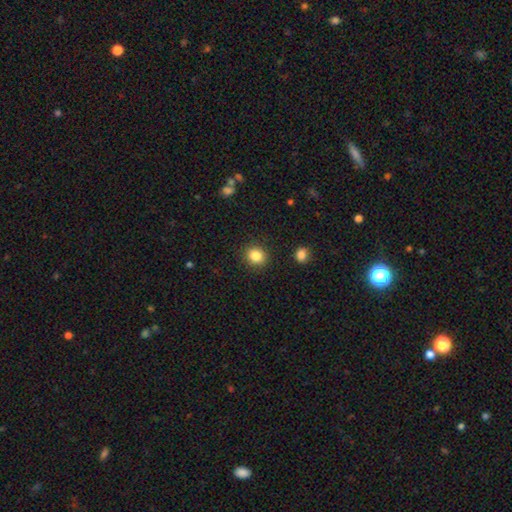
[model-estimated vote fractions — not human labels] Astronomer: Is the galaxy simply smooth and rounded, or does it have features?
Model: smooth — 85%.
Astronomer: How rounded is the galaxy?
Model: round — 82%.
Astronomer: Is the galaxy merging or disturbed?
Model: none — 90%.